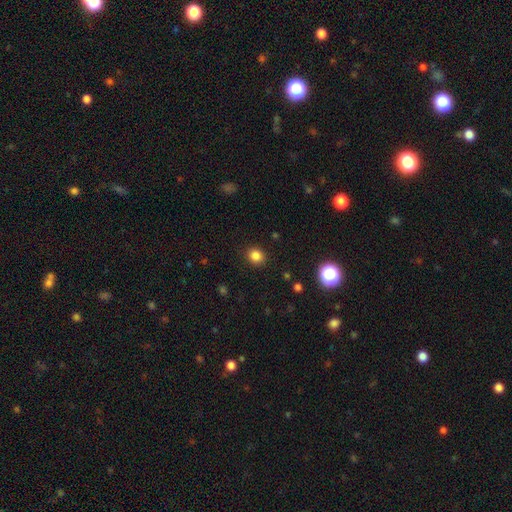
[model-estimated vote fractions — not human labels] Smooth or featured? smooth (84%)
How rounded? round (72%)
Merging? none (90%)